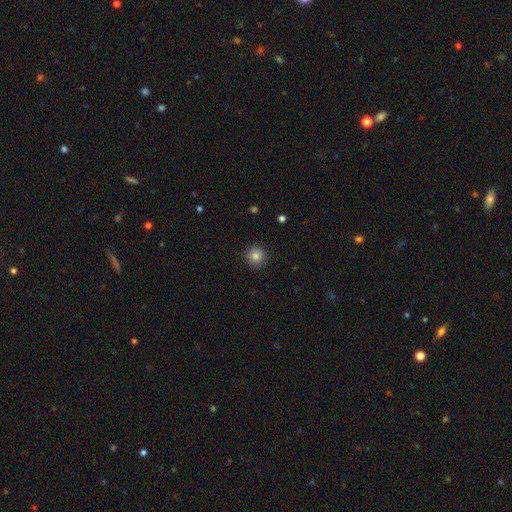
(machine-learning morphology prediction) Overall: smooth (83%). How rounded: round (95%). Merging: none (90%).